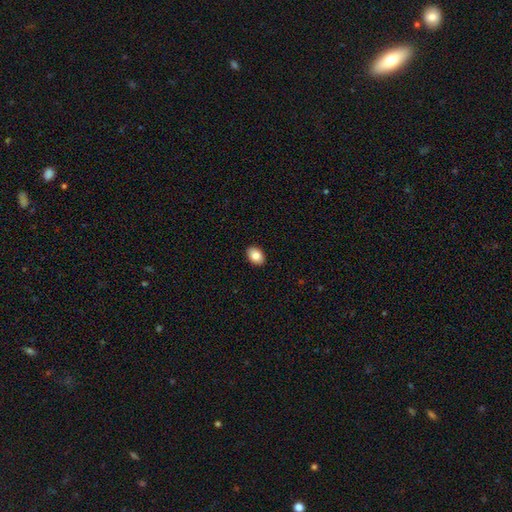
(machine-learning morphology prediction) A smooth galaxy with no disk features (86%) that is in between round and cigar-shaped (80%). Merging: none (91%).